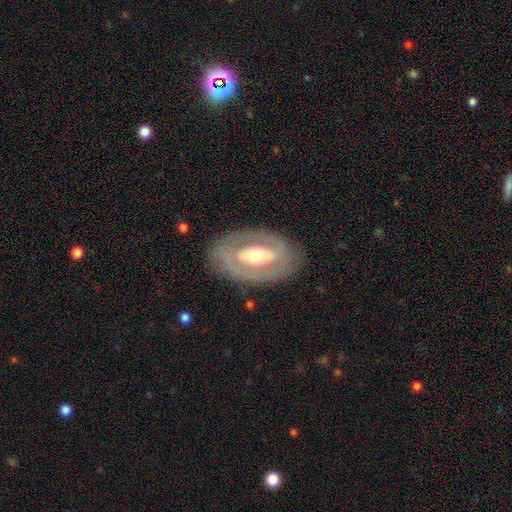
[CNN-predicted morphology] A featured or disk galaxy (72%) with no bar (37%), no spiral arms (62%) and a moderate central bulge (64%). Merging: none (79%).